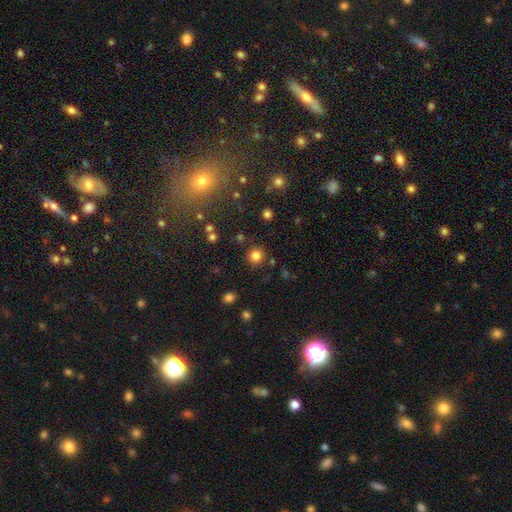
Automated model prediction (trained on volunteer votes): Smooth or featured: smooth — 81% (star or artifact — 13%)
How rounded: round — 92% (in between — 7%)
Merging: none — 89% (minor disturbance — 6%)